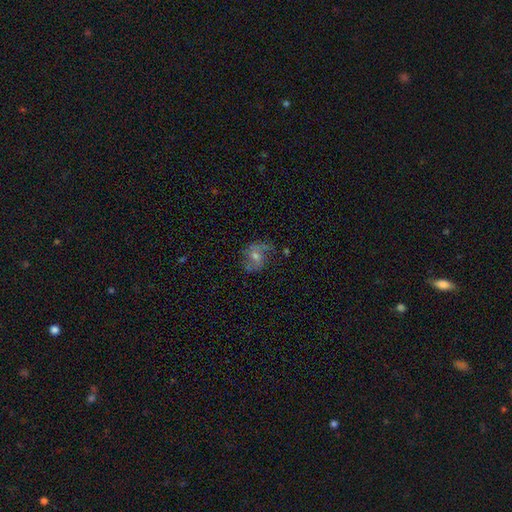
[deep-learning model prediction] Overall: featured or disk (66%). Edge-on disk: no (97%). Bar: no (48%; weak 41%). Spiral arms: yes (87%). Spiral arm count: 2 (75%). Spiral winding: medium (45%; loose 39%). Bulge size: moderate (50%; small 41%). Merging: none (65%).